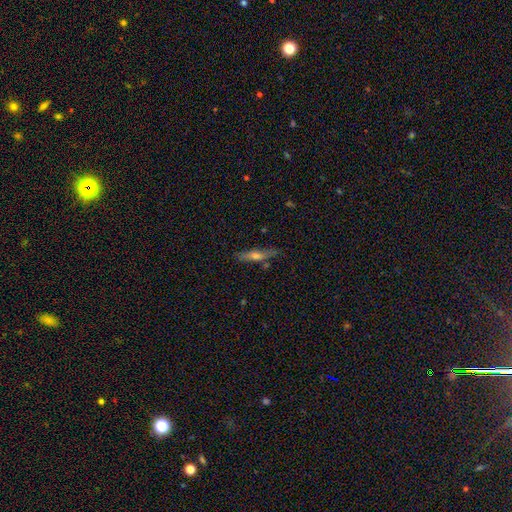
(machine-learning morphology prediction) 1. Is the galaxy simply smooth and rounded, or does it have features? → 47% featured or disk, 46% smooth, 7% star or artifact.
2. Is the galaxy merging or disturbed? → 80% none, 14% minor disturbance, 4% merger, 3% major disturbance.